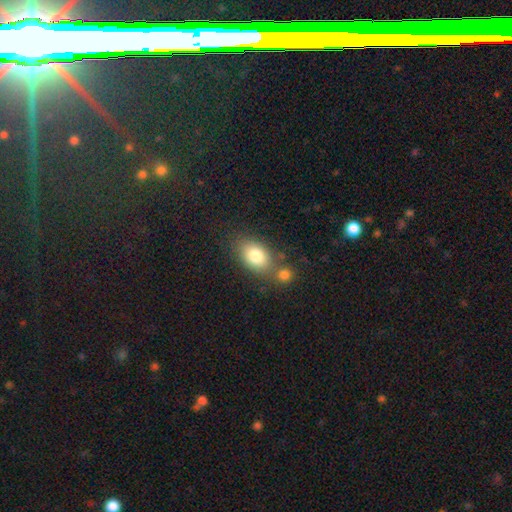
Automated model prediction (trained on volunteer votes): smooth-or-featured: smooth: 80% | featured or disk: 11% | star or artifact: 9%
  how-rounded: in between: 82% | round: 16% | cigar-shaped: 2%
  merging: none: 62% | merger: 21% | minor disturbance: 13% | major disturbance: 4%